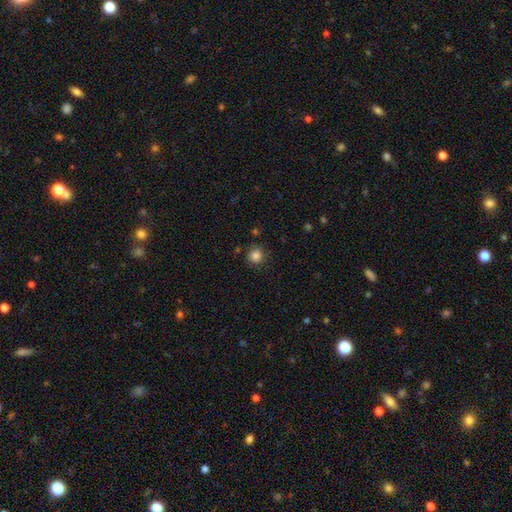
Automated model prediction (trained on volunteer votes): A smooth galaxy with no disk features (84%) that is round (91%).

Vote fractions:
- Smooth or featured? smooth: 84% / star or artifact: 11% / featured or disk: 4%
- How rounded? round: 91% / in between: 8% / cigar-shaped: 1%
- Merging? none: 85% / minor disturbance: 10% / major disturbance: 3% / merger: 2%